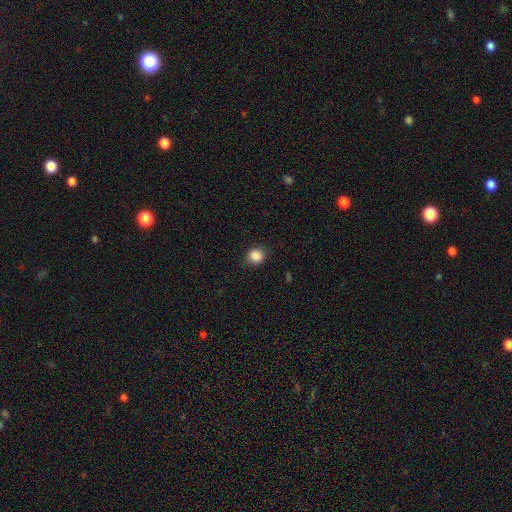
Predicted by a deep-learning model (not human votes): Smooth or featured? Predicted: smooth (p=0.86). How rounded? Predicted: round (p=0.82). Merging? Predicted: none (p=0.83).